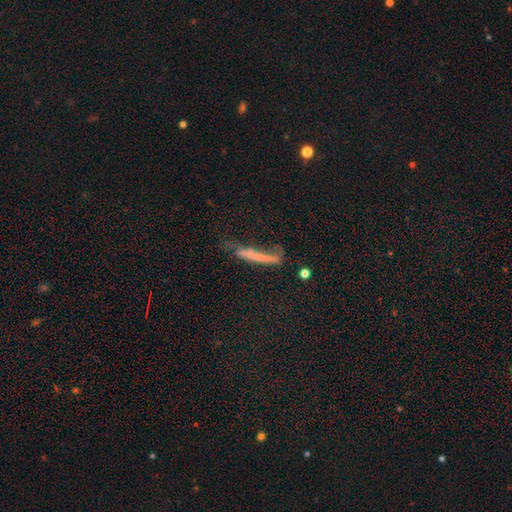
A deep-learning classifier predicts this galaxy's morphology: This is possibly a smooth galaxy (51%). How rounded: clearly cigar-shaped (92%). Merging: marginally none (44%).